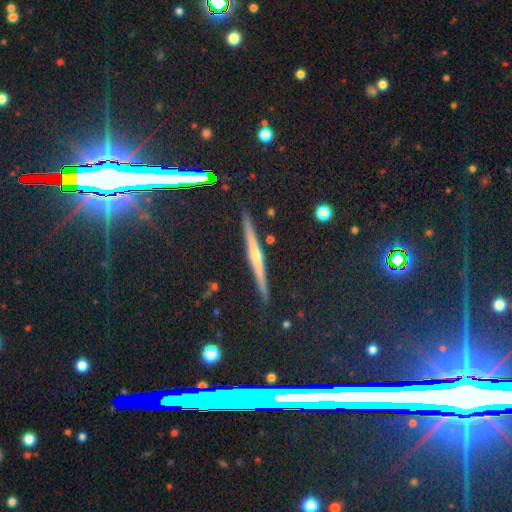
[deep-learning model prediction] A featured or disk galaxy (57%) viewed edge-on (93%) with a rounded central bulge (70%). Merging: none (90%).